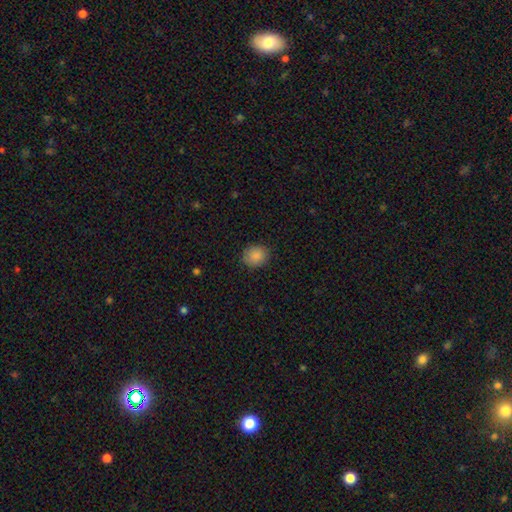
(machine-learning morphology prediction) type=smooth (87%); roundness=round (74%); merging=none (86%).